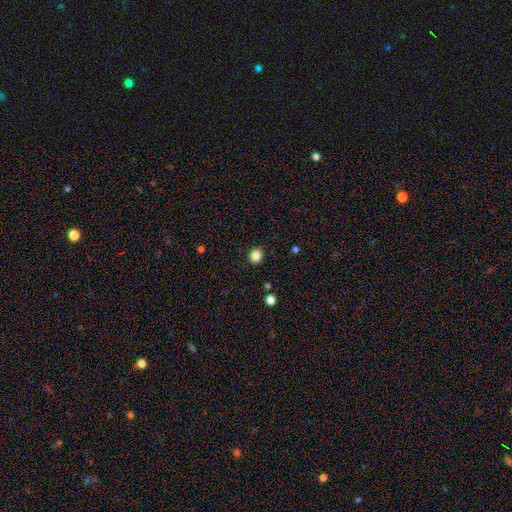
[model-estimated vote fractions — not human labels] Overall: smooth (84%). How rounded: round (89%). Merging: none (92%).